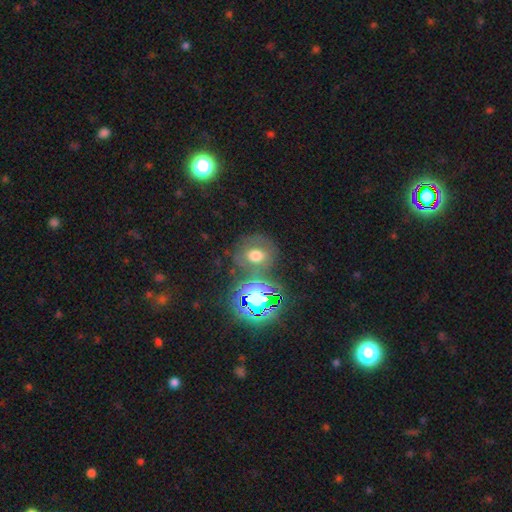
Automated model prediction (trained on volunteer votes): Smooth or featured? Predicted: smooth (p=0.48). Merging? Predicted: none (p=0.65).